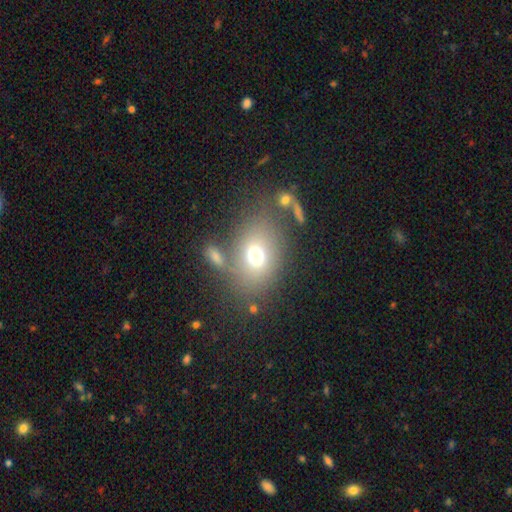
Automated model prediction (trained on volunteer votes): smooth-or-featured: smooth: 70% | featured or disk: 17% | star or artifact: 14%
  how-rounded: in between: 58% | round: 41% | cigar-shaped: 1%
  merging: none: 59% | minor disturbance: 15% | merger: 15% | major disturbance: 11%